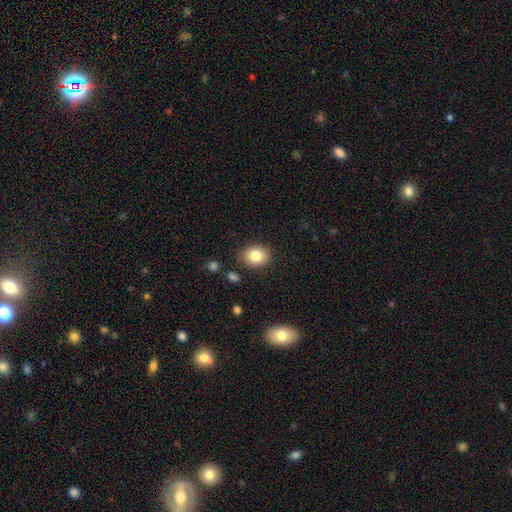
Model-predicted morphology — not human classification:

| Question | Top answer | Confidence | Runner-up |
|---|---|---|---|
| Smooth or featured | smooth | 82% | star or artifact (9%) |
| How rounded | round | 51% | in between (48%) |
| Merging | none | 86% | minor disturbance (10%) |